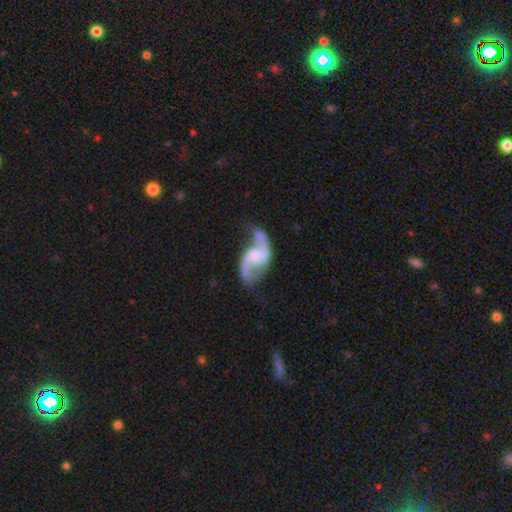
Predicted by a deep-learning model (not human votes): Morphology: type=featured or disk (88%); edge-on=no (97%); bar=no (50%); spiral arms=yes (95%); winding=loose (69%); arm count=2 (92%); bulge=small (33%); merging=none (55%).